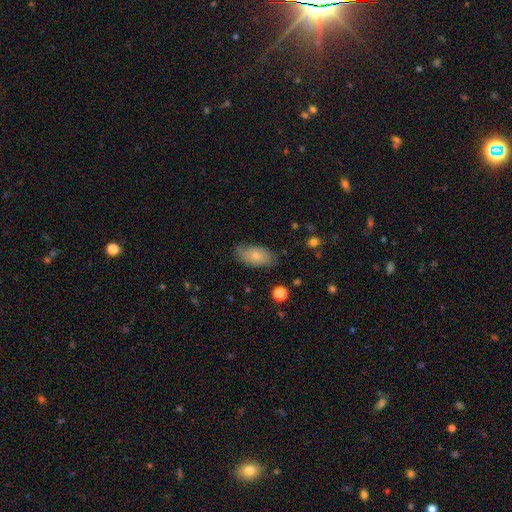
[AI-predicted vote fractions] smooth 73%, featured or disk 20%, star or artifact 7%. Down the decision tree: how rounded — in between (92%); merging — none (69%).